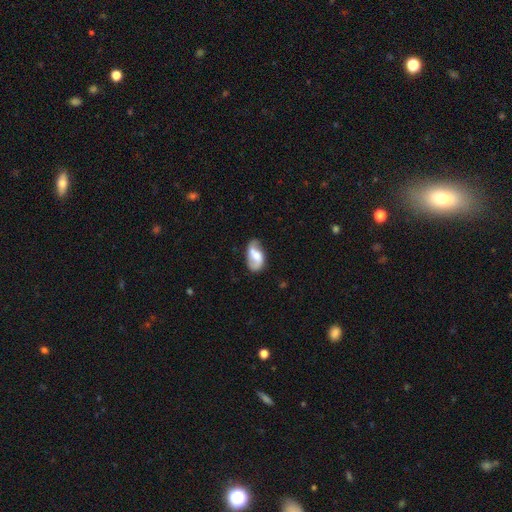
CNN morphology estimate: Smooth or featured? featured or disk (60%)
Edge-on disk? no (96%)
Bar? weak (44%)
Spiral arms? yes (86%)
Bulge size? moderate (43%)
Merging? none (57%)